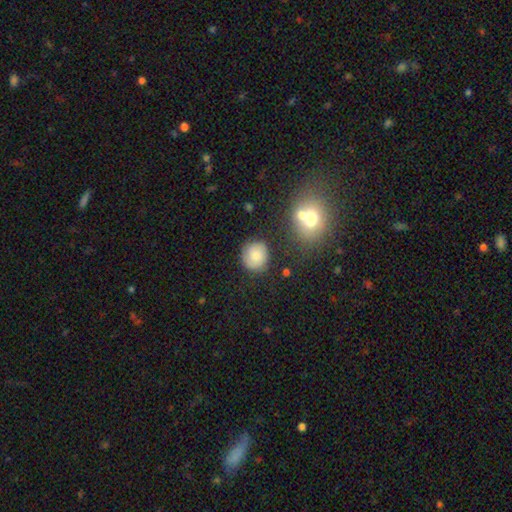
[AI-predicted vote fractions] A smooth galaxy with no disk features (69%) that is round (82%). Merging: none (78%).